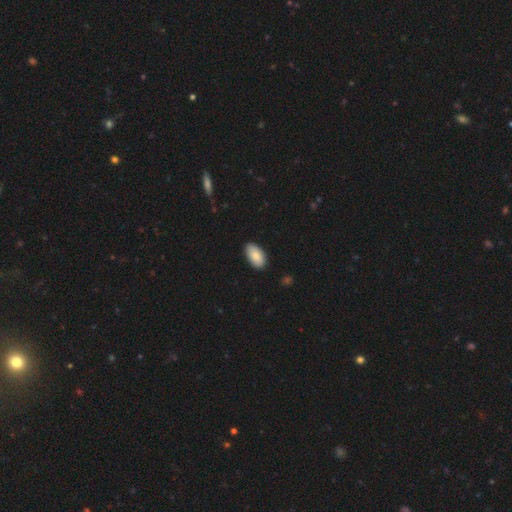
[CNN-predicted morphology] Smooth or featured: smooth — 86% (featured or disk — 8%)
How rounded: in between — 95% (round — 3%)
Merging: none — 87% (minor disturbance — 10%)